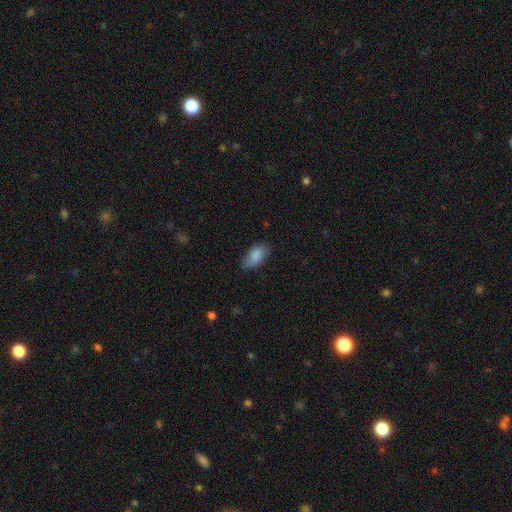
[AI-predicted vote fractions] The model was most divided on "merging": none: 68%, minor disturbance: 25%, major disturbance: 5%, merger: 1%. More confident: how rounded — in between (90%); smooth or featured — smooth (85%).